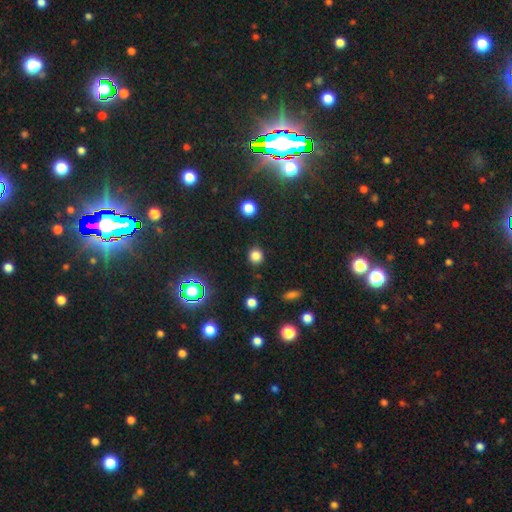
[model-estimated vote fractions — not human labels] smooth_or_featured: smooth (p=0.79) [alt: star or artifact p=0.16]
how_rounded: round (p=0.87) [alt: in between p=0.12]
merging: none (p=0.87) [alt: minor disturbance p=0.09]